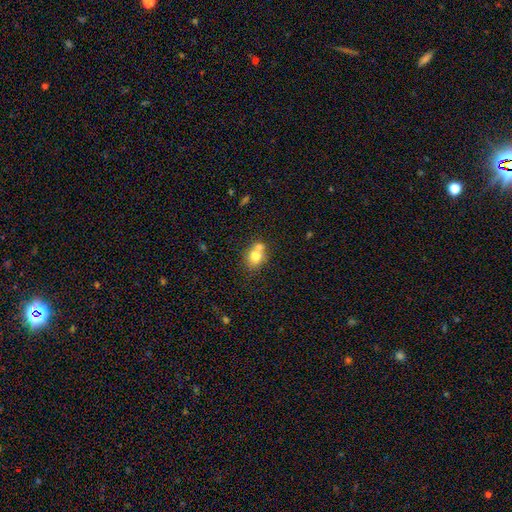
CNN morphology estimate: Q: Smooth or featured?
A: smooth (74%); runner-up: featured or disk (16%)
Q: How rounded?
A: round (63%); runner-up: in between (36%)
Q: Merging?
A: none (46%); runner-up: merger (40%)